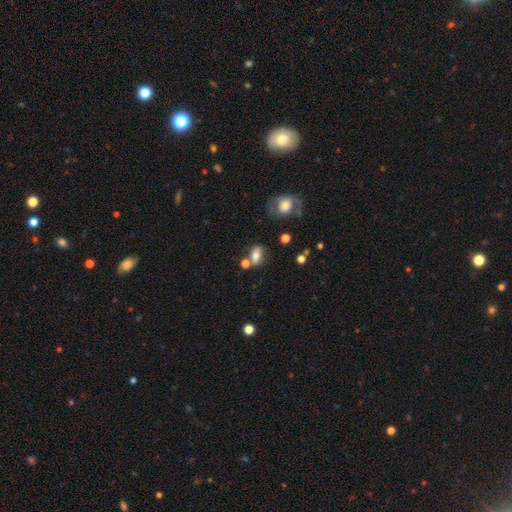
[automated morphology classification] Smooth or featured?
  - smooth: 72% *
  - featured or disk: 17%
  - star or artifact: 10%
How rounded?
  - in between: 82% *
  - round: 13%
  - cigar-shaped: 5%
Merging?
  - none: 55% *
  - merger: 23%
  - minor disturbance: 16%
  - major disturbance: 6%